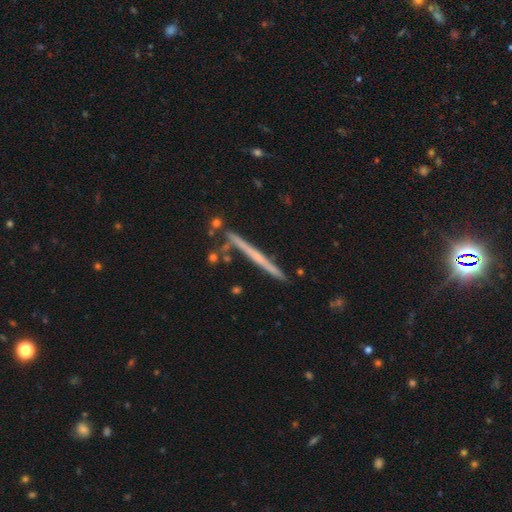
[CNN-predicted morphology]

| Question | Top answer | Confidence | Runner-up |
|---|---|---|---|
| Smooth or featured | featured or disk | 62% | smooth (31%) |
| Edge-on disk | yes | 97% | no (3%) |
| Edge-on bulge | none | 76% | rounded (18%) |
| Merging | none | 83% | minor disturbance (10%) |